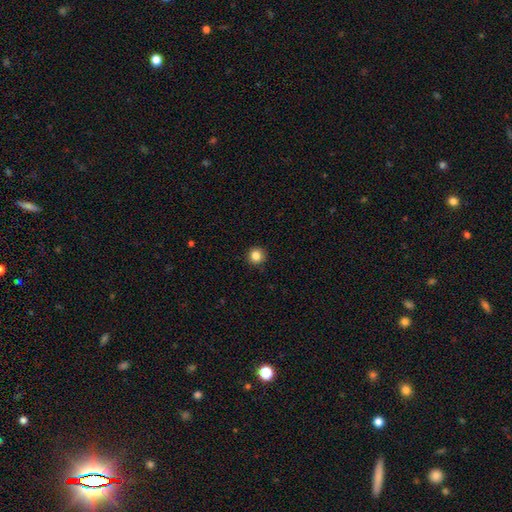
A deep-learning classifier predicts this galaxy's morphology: Overall: smooth (84%). How rounded: round (94%). Merging: none (92%).